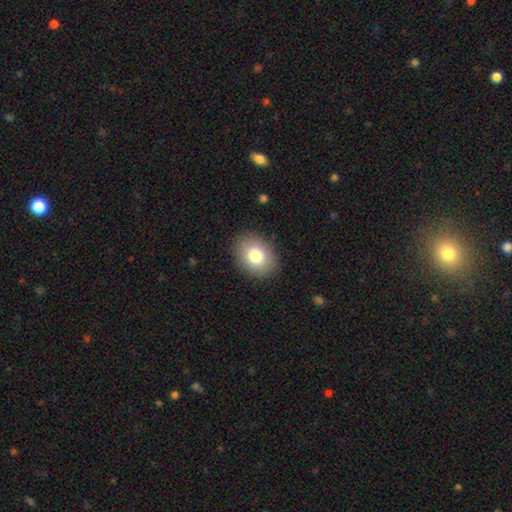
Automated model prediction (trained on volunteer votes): Smooth or featured?
  - smooth: 80% *
  - featured or disk: 11%
  - star or artifact: 9%
How rounded?
  - in between: 62% *
  - round: 37%
  - cigar-shaped: 1%
Merging?
  - none: 89% *
  - minor disturbance: 8%
  - major disturbance: 2%
  - merger: 1%